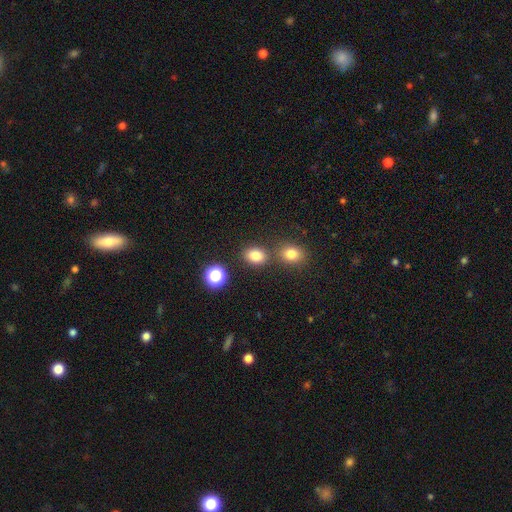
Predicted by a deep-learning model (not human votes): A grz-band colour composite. It shows a smooth galaxy with no disk features (80%) that is in between round and cigar-shaped (59%). Merging: none (72%).